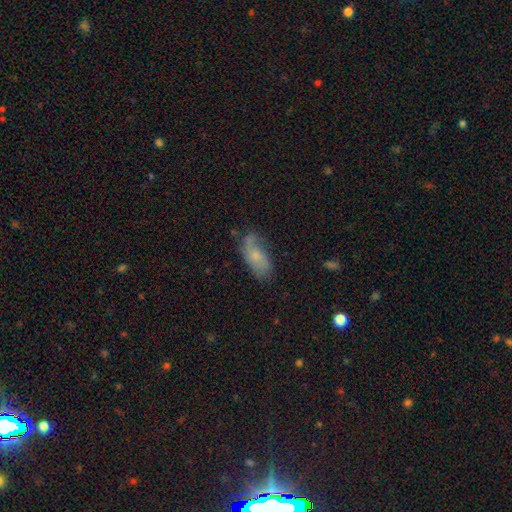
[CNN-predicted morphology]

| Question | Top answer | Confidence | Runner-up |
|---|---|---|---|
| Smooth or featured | smooth | 52% | featured or disk (40%) |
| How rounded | in between | 85% | cigar-shaped (12%) |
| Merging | none | 62% | minor disturbance (26%) |